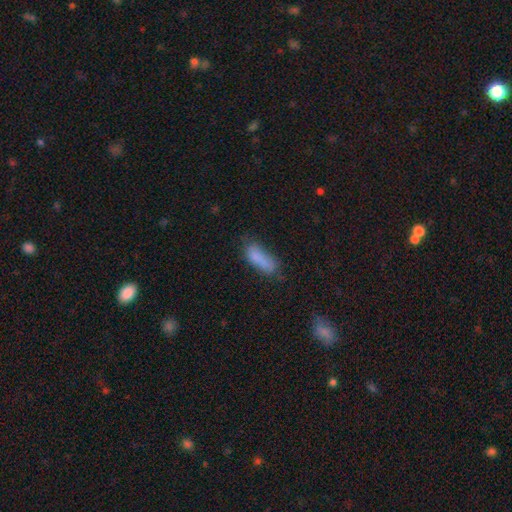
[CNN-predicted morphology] Q: Smooth or featured?
A: smooth (77%); runner-up: featured or disk (13%)
Q: How rounded?
A: in between (59%); runner-up: cigar-shaped (38%)
Q: Merging?
A: none (49%); runner-up: minor disturbance (27%)